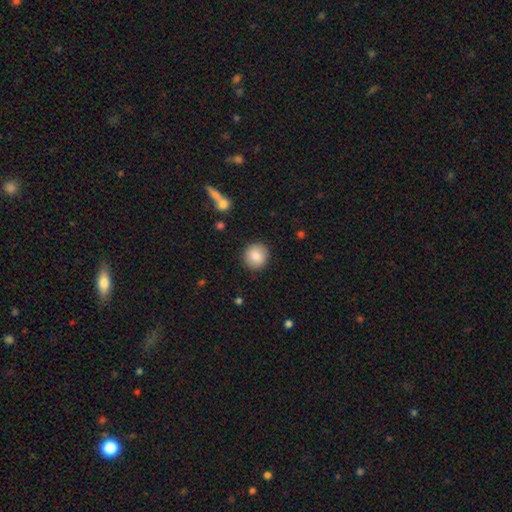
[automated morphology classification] Q: Smooth or featured?
A: smooth (85%); runner-up: star or artifact (8%)
Q: How rounded?
A: round (92%); runner-up: in between (7%)
Q: Merging?
A: none (90%); runner-up: minor disturbance (7%)